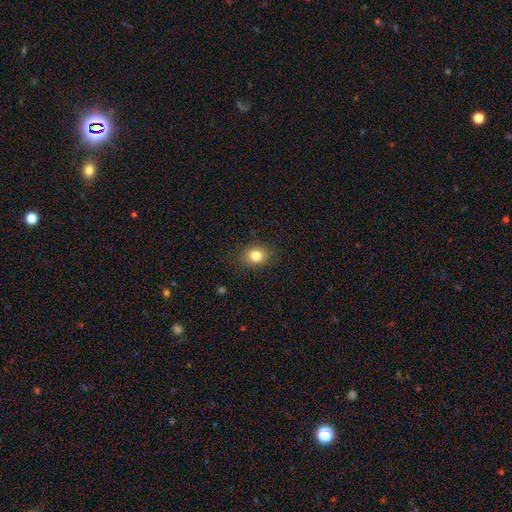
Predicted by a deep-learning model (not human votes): Q: Smooth or featured?
A: smooth (82%); runner-up: star or artifact (11%)
Q: How rounded?
A: round (58%); runner-up: in between (41%)
Q: Merging?
A: none (86%); runner-up: minor disturbance (10%)